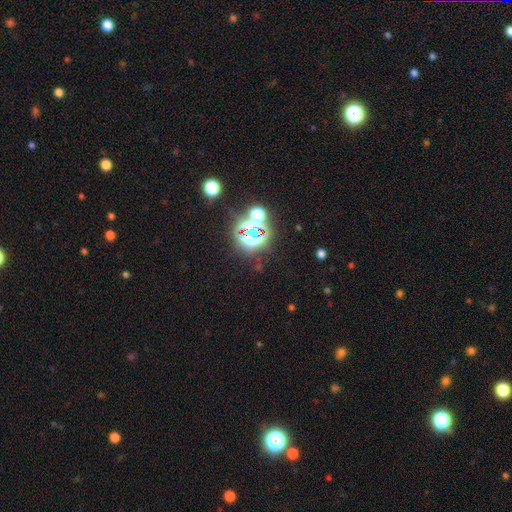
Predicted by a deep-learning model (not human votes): This is likely a star or artifact rather than a galaxy (77%).